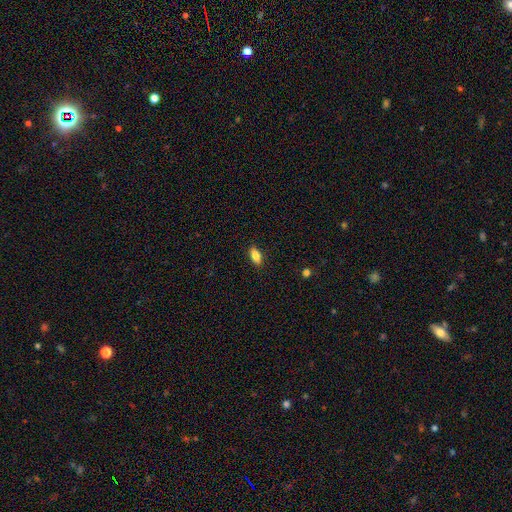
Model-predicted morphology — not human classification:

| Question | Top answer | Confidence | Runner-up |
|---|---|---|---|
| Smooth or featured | smooth | 81% | featured or disk (11%) |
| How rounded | in between | 85% | cigar-shaped (11%) |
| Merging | none | 88% | minor disturbance (9%) |